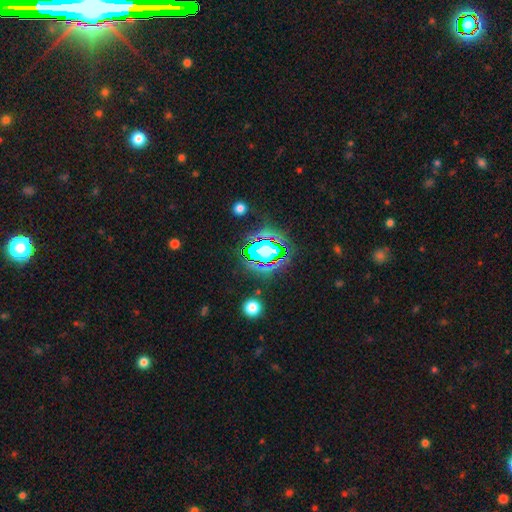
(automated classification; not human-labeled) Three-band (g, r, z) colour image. It shows a star or artifact, not a galaxy (78%).